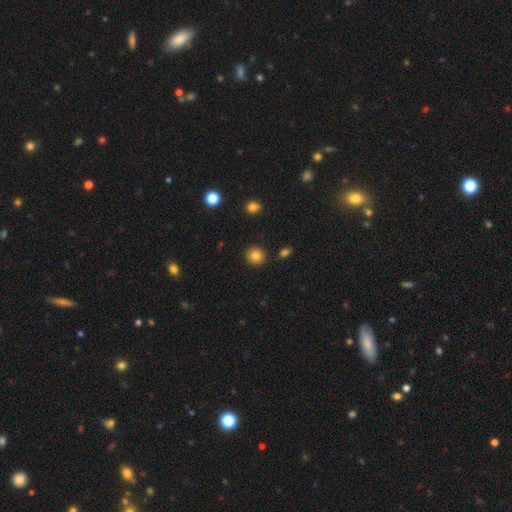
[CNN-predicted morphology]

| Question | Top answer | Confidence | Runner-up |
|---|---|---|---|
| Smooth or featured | smooth | 83% | star or artifact (11%) |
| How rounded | round | 90% | in between (9%) |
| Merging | none | 90% | minor disturbance (6%) |